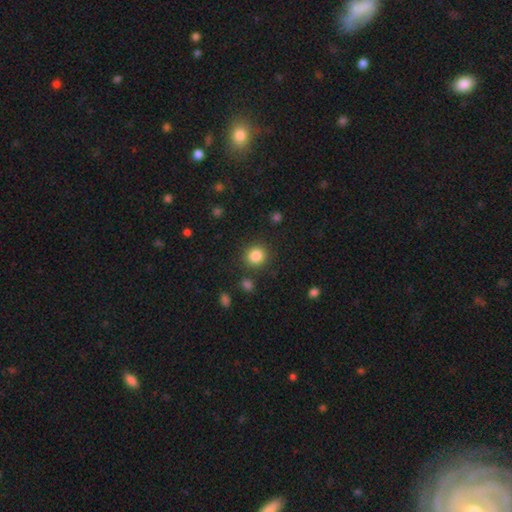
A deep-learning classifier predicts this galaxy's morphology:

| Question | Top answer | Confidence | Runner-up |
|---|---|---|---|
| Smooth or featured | smooth | 84% | star or artifact (11%) |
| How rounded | round | 90% | in between (9%) |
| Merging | none | 87% | minor disturbance (7%) |